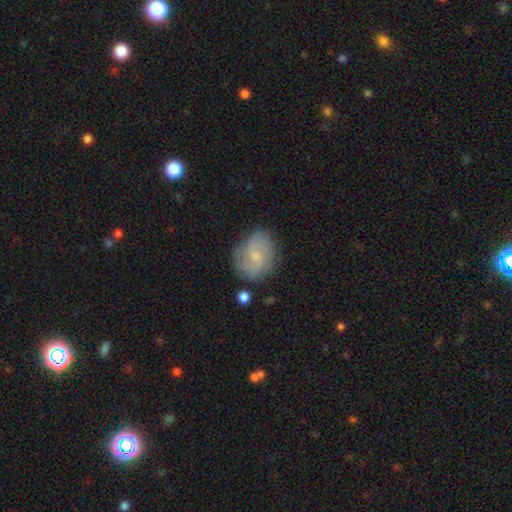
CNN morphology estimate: type=featured or disk (61%); edge-on=no (97%); bar=no (62%); spiral arms=yes (86%); winding=medium (44%); arm count=2 (45%); bulge=small (66%); merging=none (73%).